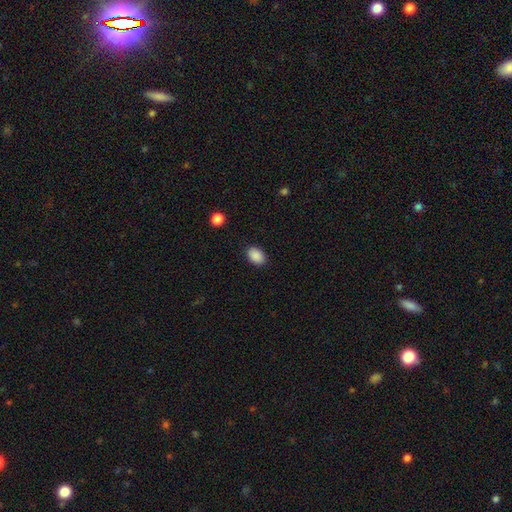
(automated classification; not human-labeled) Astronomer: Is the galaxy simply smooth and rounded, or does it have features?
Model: smooth — 89%.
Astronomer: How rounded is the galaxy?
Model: in between — 85%.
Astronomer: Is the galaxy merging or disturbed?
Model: none — 89%.